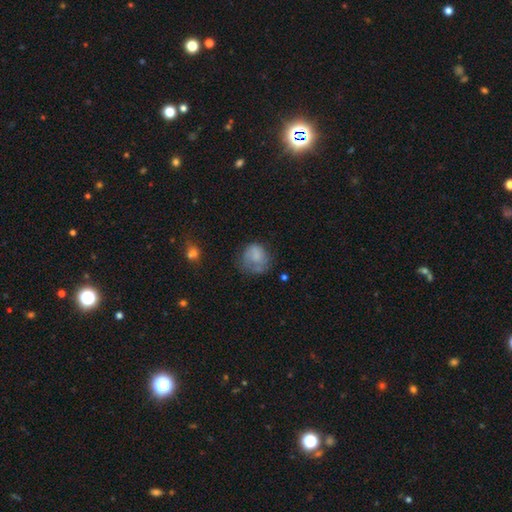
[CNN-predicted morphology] Overall: smooth (67%). How rounded: round (72%). Merging: none (44%; minor disturbance 29%).